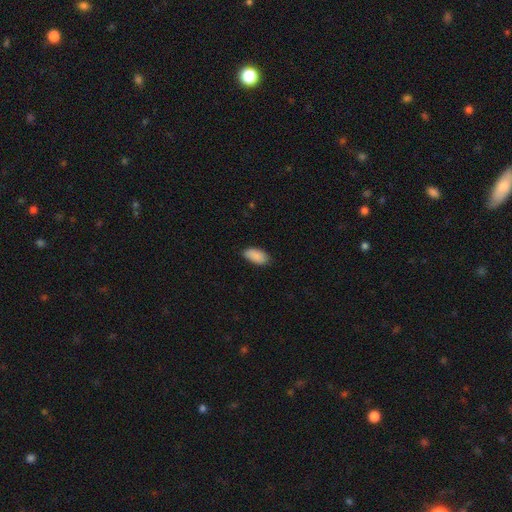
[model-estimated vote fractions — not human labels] Smooth or featured: smooth — 90% (star or artifact — 6%)
How rounded: in between — 94% (cigar-shaped — 4%)
Merging: none — 83% (minor disturbance — 14%)